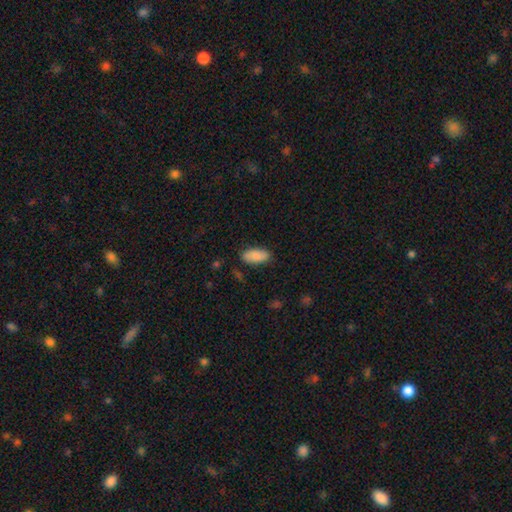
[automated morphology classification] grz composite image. It shows a smooth galaxy with no disk features (87%) that is in between round and cigar-shaped (89%). Merging: none (82%).